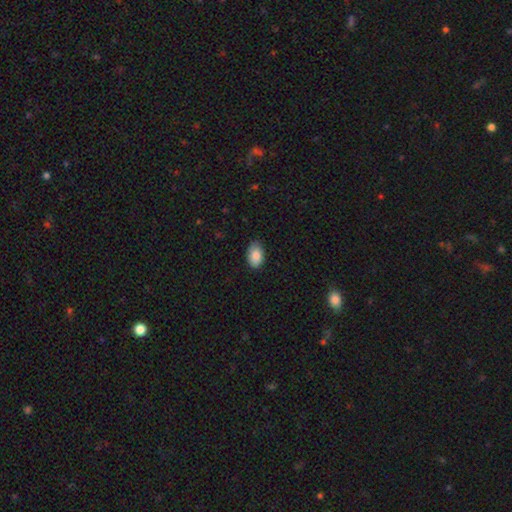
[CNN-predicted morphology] Overall: smooth (87%). How rounded: in between (90%). Merging: none (82%).